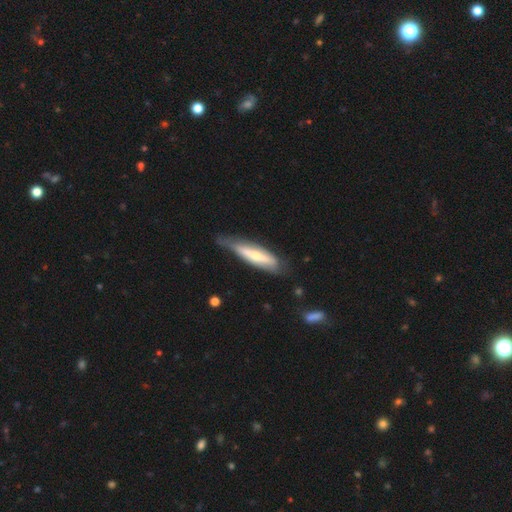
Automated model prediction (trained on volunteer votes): Smooth or featured?
  - featured or disk: 47% * (tied)
  - smooth: 47% * (tied)
  - star or artifact: 5%
Merging?
  - none: 49% *
  - minor disturbance: 35%
  - major disturbance: 14%
  - merger: 3%